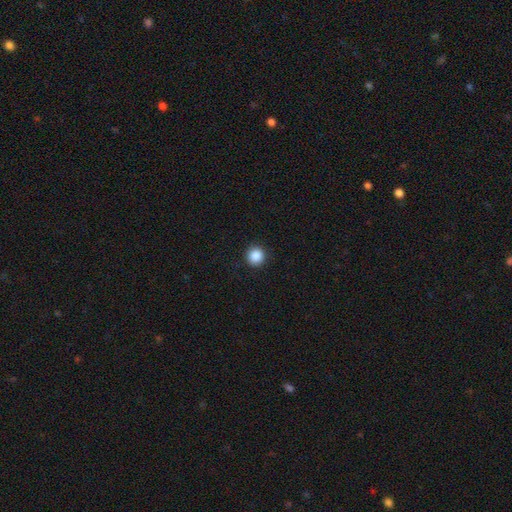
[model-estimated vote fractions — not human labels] Smooth or featured? smooth (87%)
How rounded? round (94%)
Merging? none (93%)